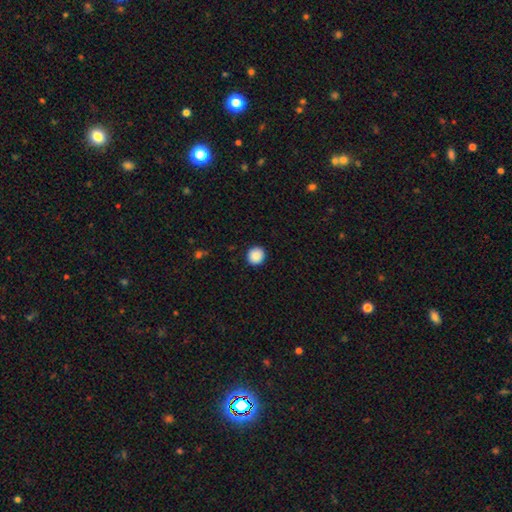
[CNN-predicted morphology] smooth 89%, star or artifact 8%, featured or disk 3%. Down the decision tree: how rounded — round (90%); merging — none (92%).